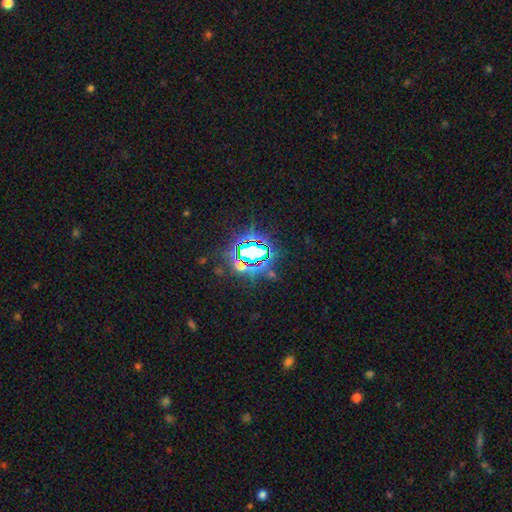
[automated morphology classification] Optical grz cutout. It shows a star or artifact, not a galaxy (76%).